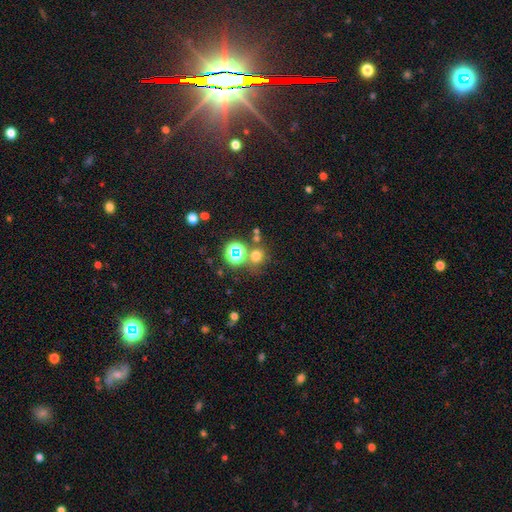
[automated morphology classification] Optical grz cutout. It shows a smooth galaxy with no disk features (63%) that is round (83%). Merging: none (67%).